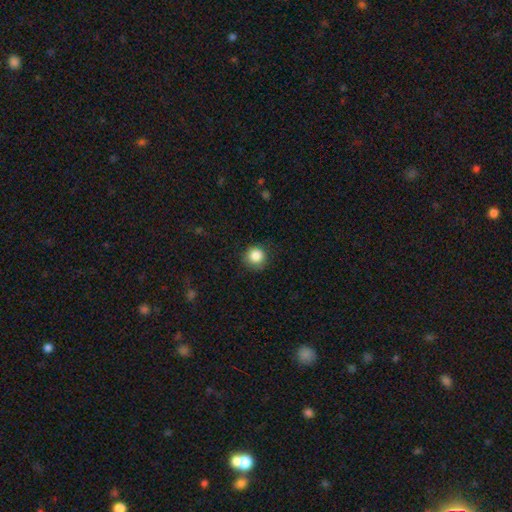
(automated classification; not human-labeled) The model was most divided on "merging": none: 85%, minor disturbance: 11%, major disturbance: 3%, merger: 1%. More confident: how rounded — round (94%); smooth or featured — smooth (86%).